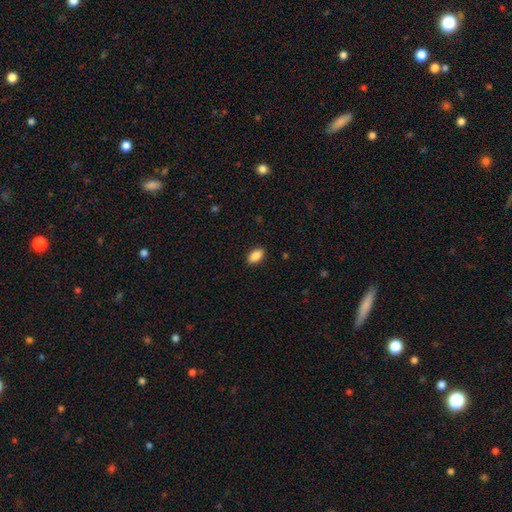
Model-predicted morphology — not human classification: This appears to be a smooth galaxy with no disk features (88%) that is in between round and cigar-shaped (91%). Merging: none (88%).